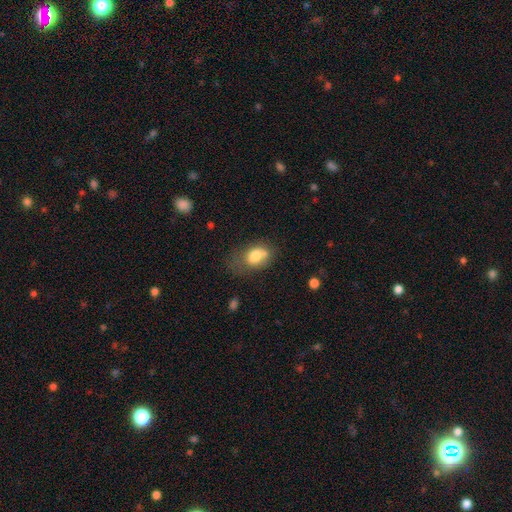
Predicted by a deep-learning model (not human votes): Morphology: type=smooth (75%); roundness=in between (77%); merging=none (34%).